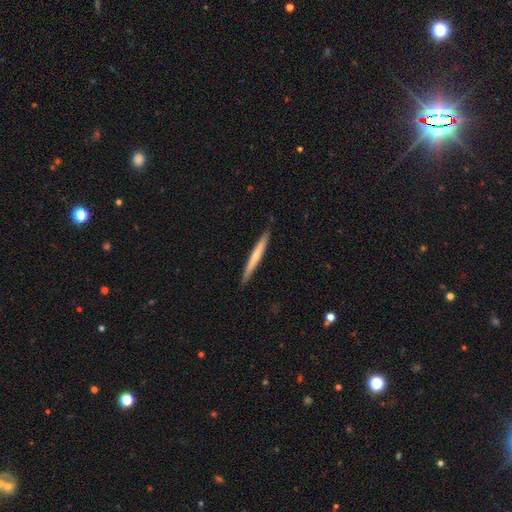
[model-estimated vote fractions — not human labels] smooth-or-featured: smooth: 59% | featured or disk: 36% | star or artifact: 5%
  how-rounded: cigar-shaped: 97% | in between: 2% | round: 1%
  merging: none: 91% | minor disturbance: 7% | major disturbance: 1% | merger: 1%